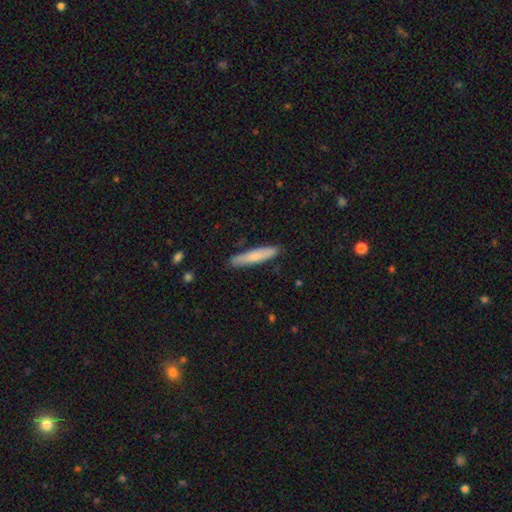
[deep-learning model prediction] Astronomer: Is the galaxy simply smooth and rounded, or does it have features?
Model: smooth — 72%.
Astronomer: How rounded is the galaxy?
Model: cigar-shaped — 89%.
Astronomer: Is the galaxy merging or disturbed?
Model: none — 87%.